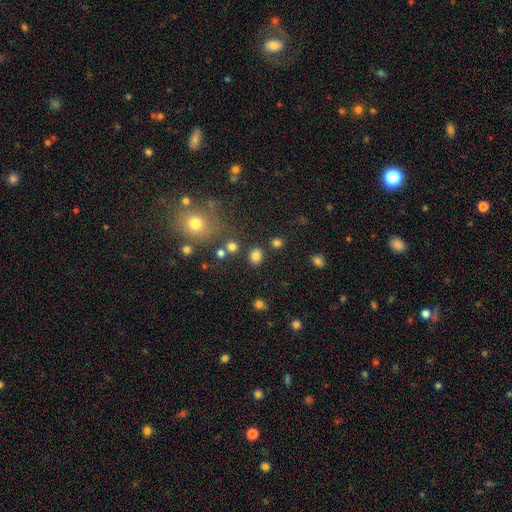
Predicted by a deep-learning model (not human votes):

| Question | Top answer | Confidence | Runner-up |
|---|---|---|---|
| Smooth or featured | smooth | 81% | star or artifact (14%) |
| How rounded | round | 69% | in between (30%) |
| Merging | none | 83% | minor disturbance (8%) |